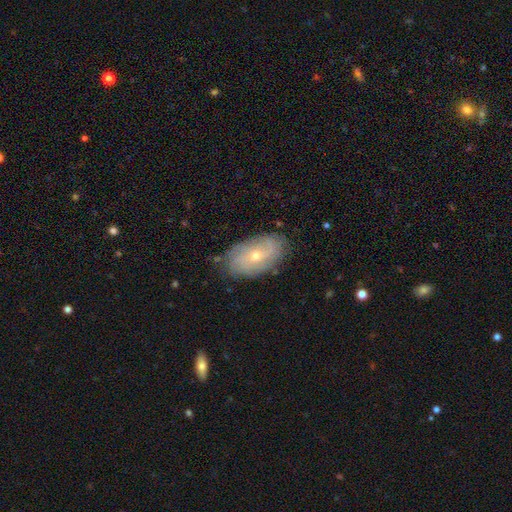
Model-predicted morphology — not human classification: A featured or disk galaxy (70%) with no bar (71%), tight (58%) spiral arms (86%) and a small central bulge (57%).

Vote fractions:
- Smooth or featured? featured or disk: 70% / smooth: 22% / star or artifact: 8%
- Edge-on disk? no: 93% / yes: 7%
- Bar? no: 71% / weak: 24% / strong: 4%
- Spiral arms? yes: 86% / no: 14%
- Spiral winding? tight: 58% / medium: 29% / loose: 13%
- Spiral arm count? can't tell: 49% / 2: 17% / 3: 12% / 4: 11% / more than 4: 6% / 1: 5%
- Bulge size? small: 57% / moderate: 41% / large: 1% / none: 1% / dominant: 1%
- Merging? none: 79% / minor disturbance: 16% / major disturbance: 4% / merger: 1%